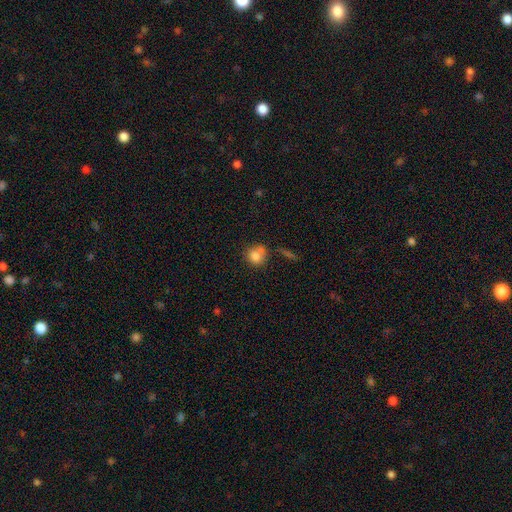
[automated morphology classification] Overall: smooth (81%). How rounded: round (78%). Merging: none (54%; minor disturbance 21%).